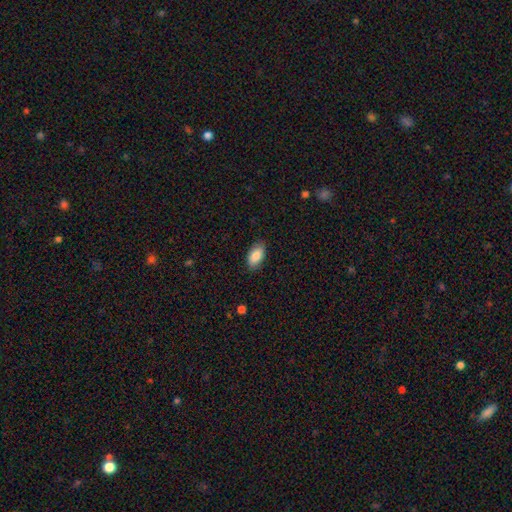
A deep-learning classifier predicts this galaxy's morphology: Q: Smooth or featured?
A: smooth (86%); runner-up: featured or disk (8%)
Q: How rounded?
A: in between (93%); runner-up: cigar-shaped (4%)
Q: Merging?
A: none (85%); runner-up: minor disturbance (12%)